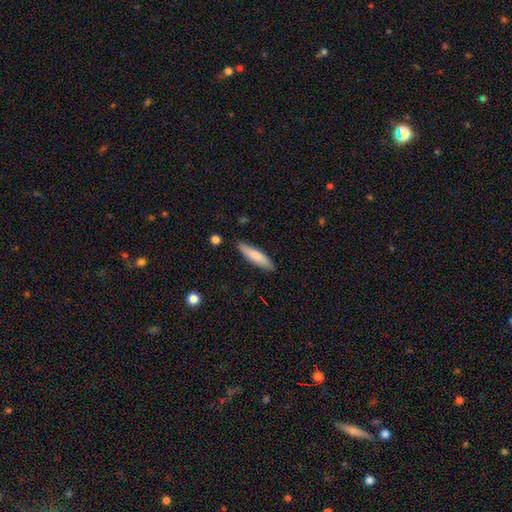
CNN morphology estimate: Smooth or featured?
  - smooth: 78% *
  - featured or disk: 16%
  - star or artifact: 6%
How rounded?
  - cigar-shaped: 73% *
  - in between: 25%
  - round: 1%
Merging?
  - none: 85% *
  - minor disturbance: 11%
  - major disturbance: 2%
  - merger: 2%